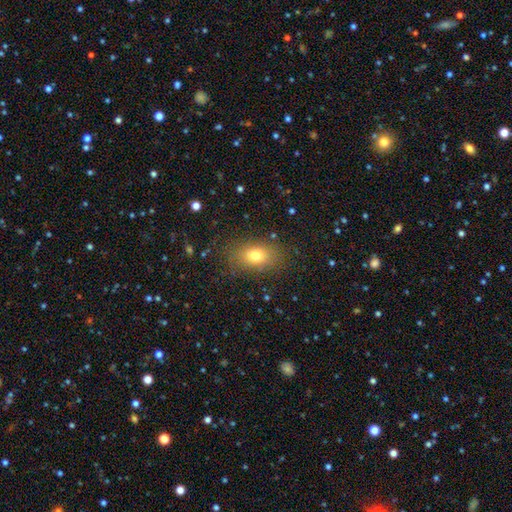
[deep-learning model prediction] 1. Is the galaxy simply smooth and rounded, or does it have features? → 74% smooth, 13% star or artifact, 13% featured or disk.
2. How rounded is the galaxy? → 75% in between, 23% round, 2% cigar-shaped.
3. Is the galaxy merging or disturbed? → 82% none, 11% minor disturbance, 5% major disturbance, 1% merger.